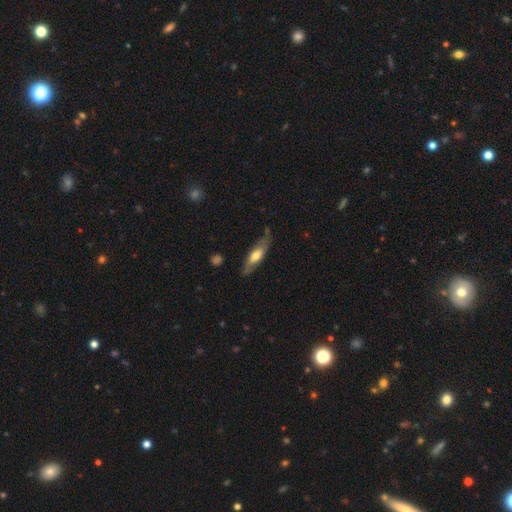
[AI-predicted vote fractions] Smooth or featured? smooth (49%)
Merging? none (74%)